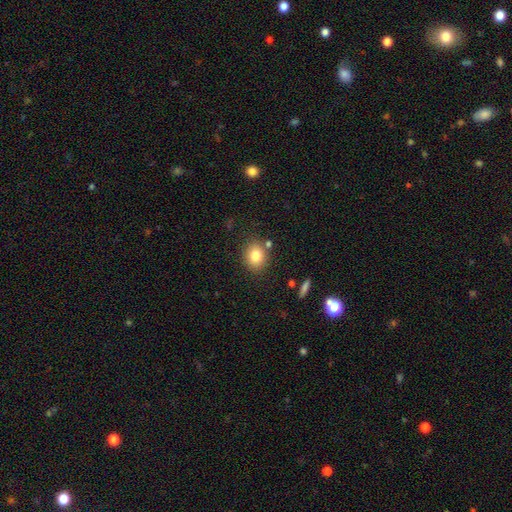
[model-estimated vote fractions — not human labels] smooth 81%, star or artifact 10%, featured or disk 9%. Down the decision tree: how rounded — round (58%); merging — none (80%).